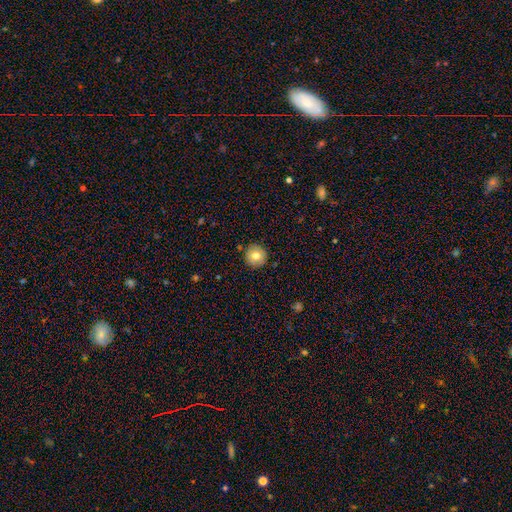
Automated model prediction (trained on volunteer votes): A smooth galaxy with no disk features (78%) that is round (96%). Merging: none (91%).